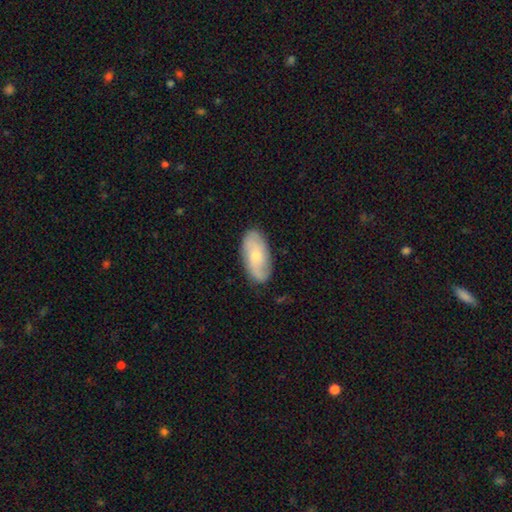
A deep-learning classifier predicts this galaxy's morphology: This appears to be a smooth galaxy with no disk features (47%, tied with featured or disk). Merging: none (81%).